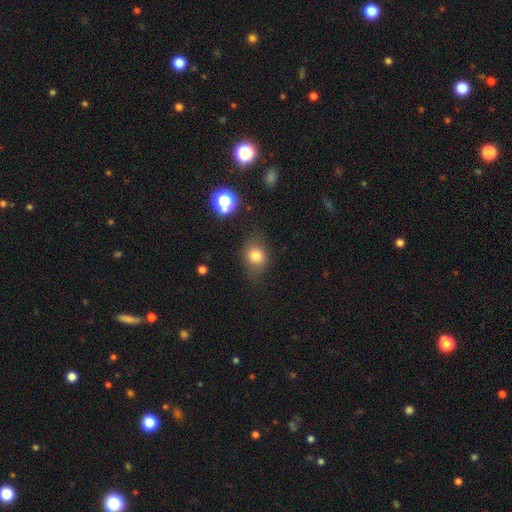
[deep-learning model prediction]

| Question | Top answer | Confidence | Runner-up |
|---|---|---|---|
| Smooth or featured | smooth | 78% | star or artifact (13%) |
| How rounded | round | 57% | in between (42%) |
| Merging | none | 71% | minor disturbance (20%) |